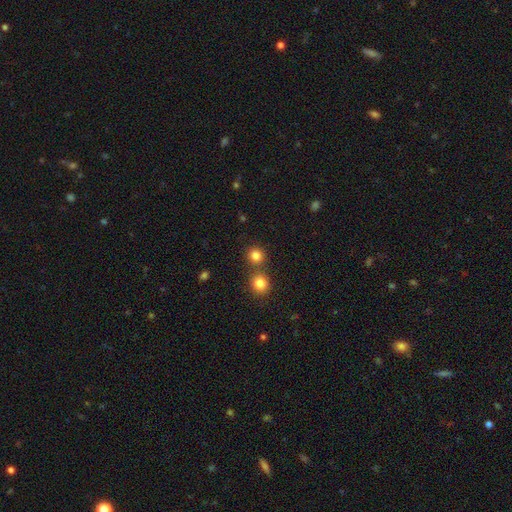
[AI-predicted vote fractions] Overall: smooth (82%). How rounded: round (89%). Merging: none (70%).